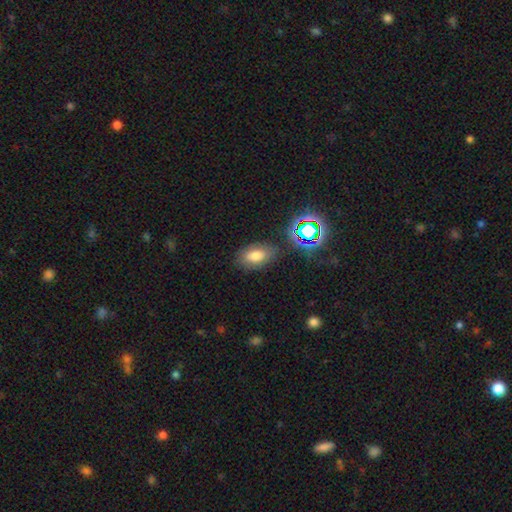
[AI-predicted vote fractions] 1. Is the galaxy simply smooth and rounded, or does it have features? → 71% smooth, 16% star or artifact, 12% featured or disk.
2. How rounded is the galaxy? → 88% in between, 9% round, 3% cigar-shaped.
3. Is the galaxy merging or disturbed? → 80% none, 13% minor disturbance, 4% major disturbance, 3% merger.